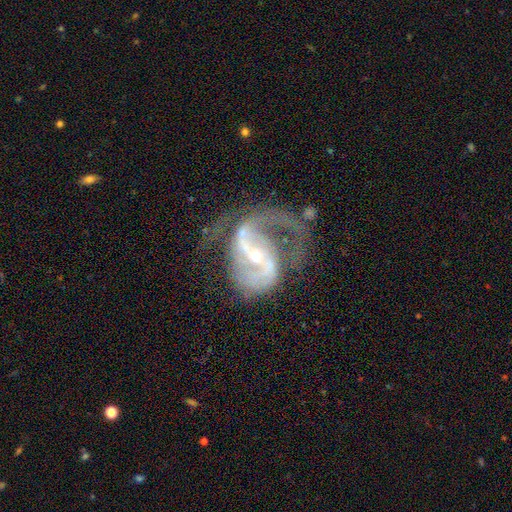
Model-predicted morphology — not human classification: smooth_or_featured: featured or disk (p=0.89) [alt: star or artifact p=0.06]
disk_edge_on: no (p=0.97) [alt: yes p=0.03]
bar: strong (p=0.44) [alt: weak p=0.36]
has_spiral_arms: yes (p=0.94) [alt: no p=0.06]
spiral_winding: medium (p=0.49) [alt: loose p=0.37]
spiral_arm_count: 2 (p=0.77) [alt: 1 p=0.12]
bulge_size: small (p=0.63) [alt: moderate p=0.34]
merging: none (p=0.39) [alt: major disturbance p=0.37]